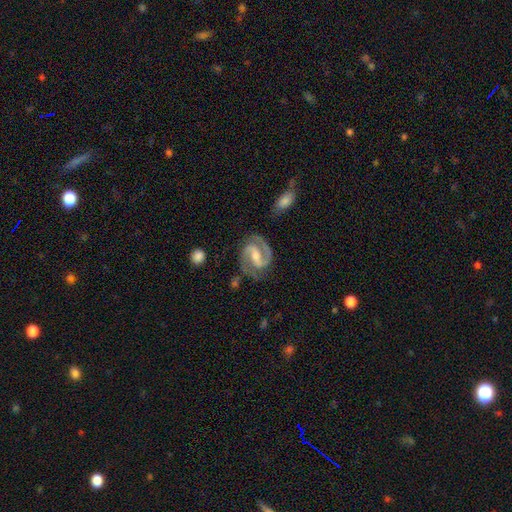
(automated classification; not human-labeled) The model was most divided on "bulge size": moderate: 49%, small: 39%, none: 6%, large: 4%, dominant: 1%. More confident: spiral arms — yes (98%); edge-on disk — no (98%); spiral arm count — 2 (94%); smooth or featured — featured or disk (92%); merging — none (79%); spiral winding — medium (59%); bar — strong (50%).